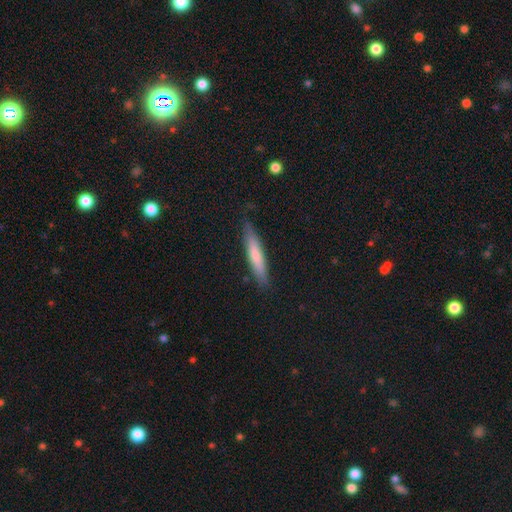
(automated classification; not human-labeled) This is likely a smooth galaxy (68%). How rounded: clearly cigar-shaped (90%). Merging: clearly none (83%).